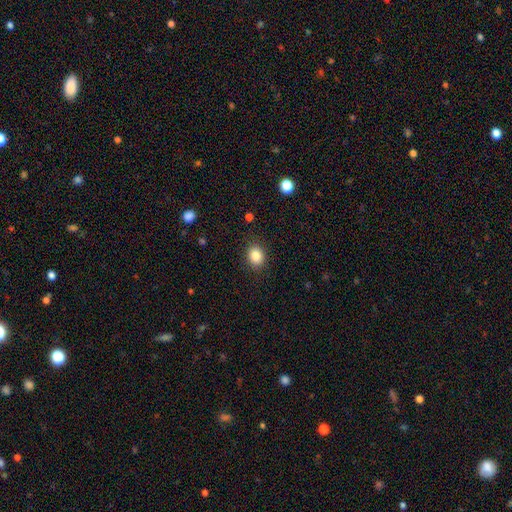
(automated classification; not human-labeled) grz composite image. It shows a smooth galaxy with no disk features (86%) that is round (50%). Merging: none (87%).